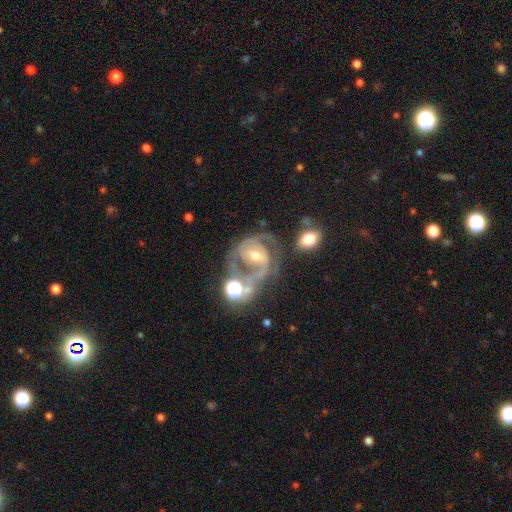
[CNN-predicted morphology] This appears to be a featured or disk galaxy (85%) with a weak bar (43%), 2 (69%) medium (49%) spiral arms (93%) and a moderate central bulge (56%). Merging: none (39%).